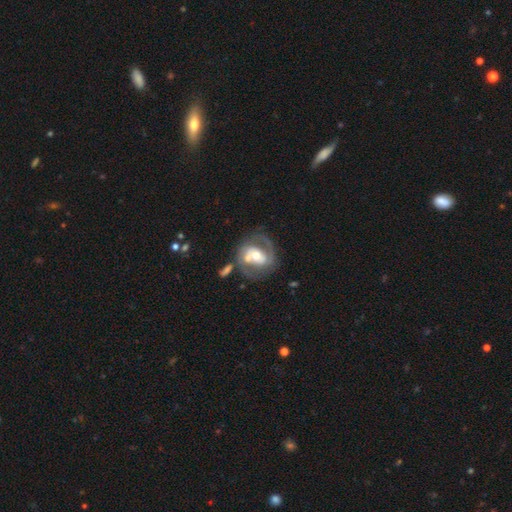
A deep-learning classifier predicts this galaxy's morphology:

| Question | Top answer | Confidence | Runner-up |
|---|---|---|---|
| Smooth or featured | featured or disk | 74% | smooth (20%) |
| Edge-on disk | no | 96% | yes (4%) |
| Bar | no | 49% | weak (30%) |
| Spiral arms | yes | 73% | no (27%) |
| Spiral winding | medium | 45% | tight (34%) |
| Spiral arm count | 2 | 72% | can't tell (13%) |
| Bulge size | moderate | 67% | small (17%) |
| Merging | none | 48% | merger (21%) |